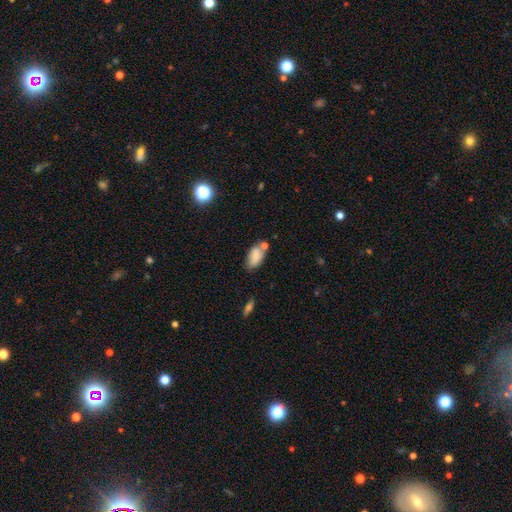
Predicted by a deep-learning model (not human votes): smooth_or_featured: smooth (p=0.81) [alt: featured or disk p=0.11]
how_rounded: in between (p=0.93) [alt: round p=0.04]
merging: none (p=0.54) [alt: minor disturbance p=0.21]